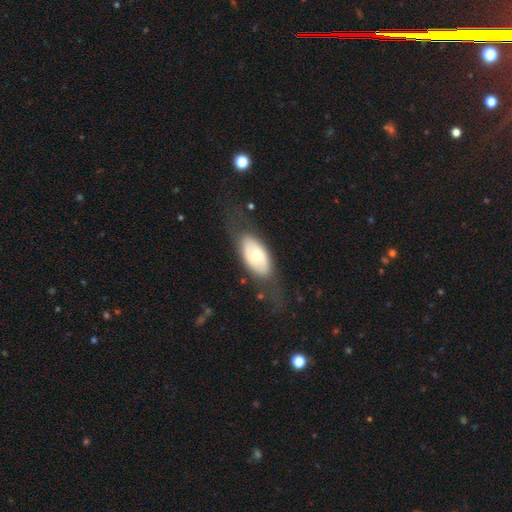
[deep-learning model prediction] A smooth galaxy with no disk features (51%) that is in between round and cigar-shaped (91%). Merging: none (65%).